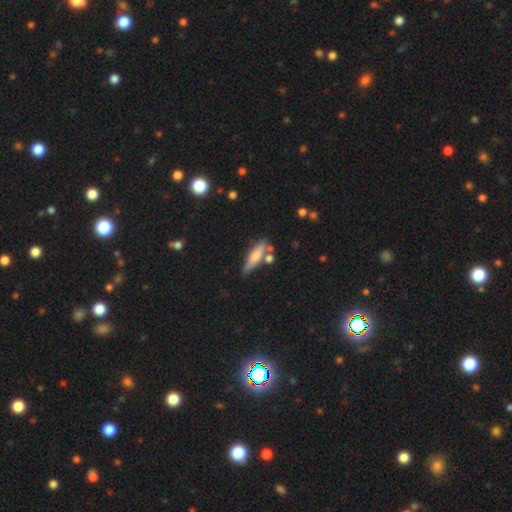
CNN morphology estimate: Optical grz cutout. It shows a smooth galaxy with no disk features (60%) that is cigar-shaped (70%). Merging: none (68%).